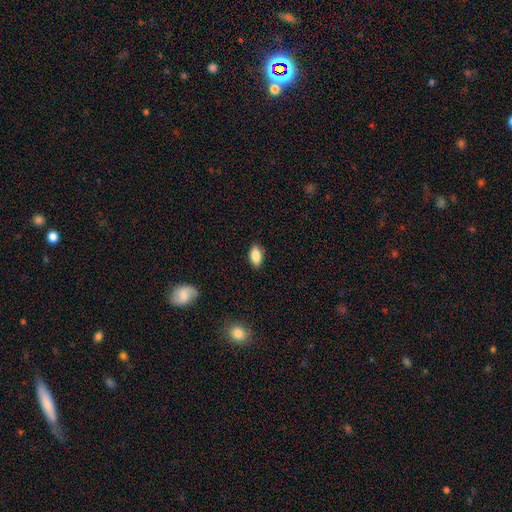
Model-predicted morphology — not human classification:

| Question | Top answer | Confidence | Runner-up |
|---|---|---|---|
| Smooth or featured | smooth | 86% | star or artifact (7%) |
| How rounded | in between | 92% | round (5%) |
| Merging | none | 87% | minor disturbance (10%) |